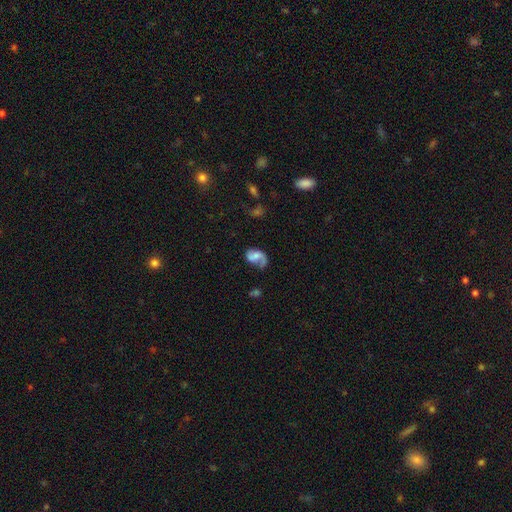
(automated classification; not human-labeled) Overall: featured or disk (62%; smooth 30%). Edge-on disk: no (97%). Bar: no (57%; weak 34%). Spiral arms: yes (86%). Spiral arm count: 2 (49%; 1 43%). Spiral winding: loose (51%; medium 34%). Bulge size: moderate (43%; small 34%). Merging: none (42%; major disturbance 27%).